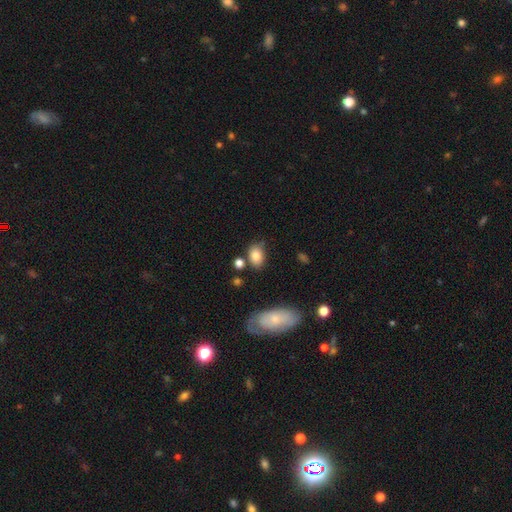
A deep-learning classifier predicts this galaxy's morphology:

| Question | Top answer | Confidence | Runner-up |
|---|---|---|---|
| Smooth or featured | smooth | 83% | star or artifact (9%) |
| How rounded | in between | 77% | round (22%) |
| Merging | none | 67% | minor disturbance (19%) |